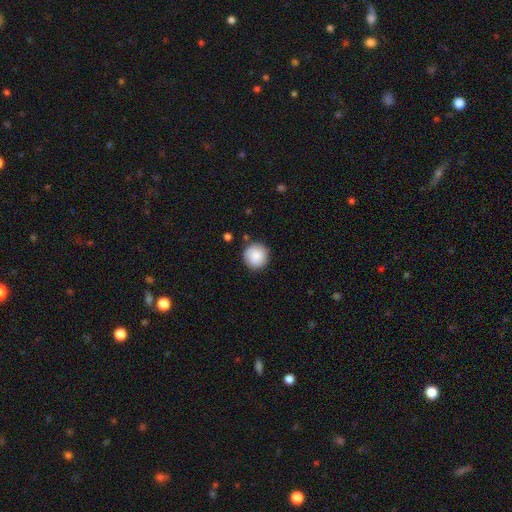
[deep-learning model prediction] Q: Smooth or featured?
A: smooth (86%); runner-up: featured or disk (7%)
Q: How rounded?
A: round (95%); runner-up: in between (4%)
Q: Merging?
A: none (87%); runner-up: minor disturbance (9%)